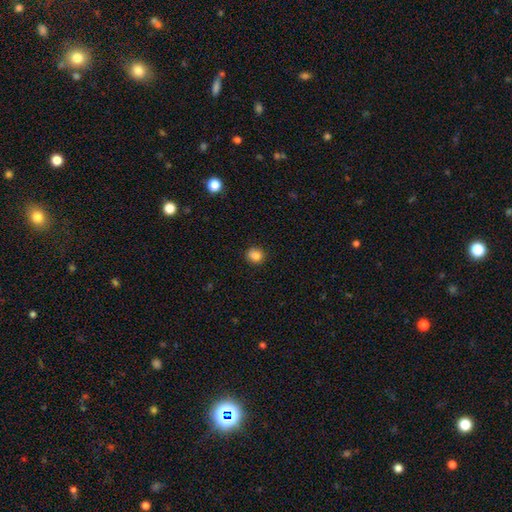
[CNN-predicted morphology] smooth 85%, star or artifact 11%, featured or disk 4%. Down the decision tree: how rounded — round (77%); merging — none (89%).